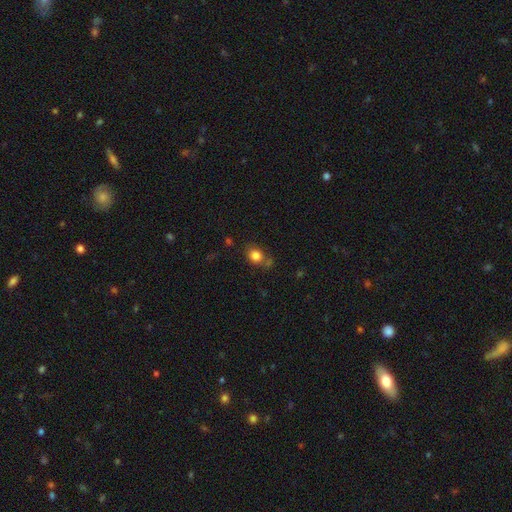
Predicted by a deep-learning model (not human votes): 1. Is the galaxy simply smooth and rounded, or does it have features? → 82% smooth, 11% star or artifact, 7% featured or disk.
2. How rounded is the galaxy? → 60% round, 39% in between, 1% cigar-shaped.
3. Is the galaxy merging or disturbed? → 69% none, 16% minor disturbance, 10% merger, 5% major disturbance.